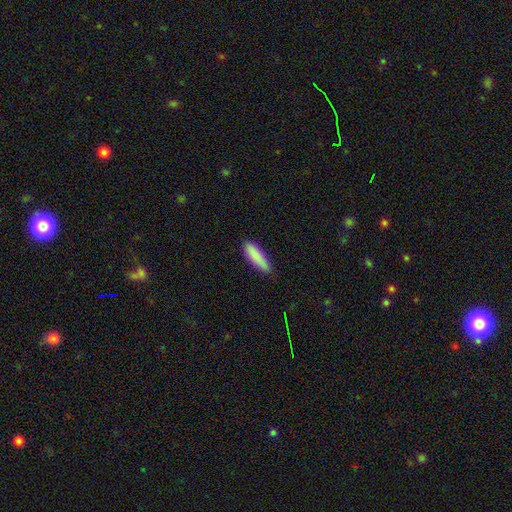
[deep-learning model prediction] smooth_or_featured: smooth (p=0.88) [alt: featured or disk p=0.06]
how_rounded: cigar-shaped (p=0.65) [alt: in between p=0.33]
merging: none (p=0.85) [alt: minor disturbance p=0.11]